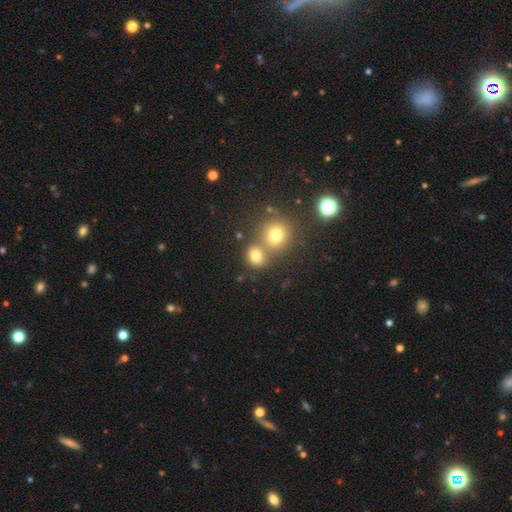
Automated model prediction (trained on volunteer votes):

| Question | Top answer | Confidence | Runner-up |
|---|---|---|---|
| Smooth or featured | smooth | 76% | star or artifact (15%) |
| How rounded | round | 69% | in between (30%) |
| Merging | none | 52% | merger (37%) |